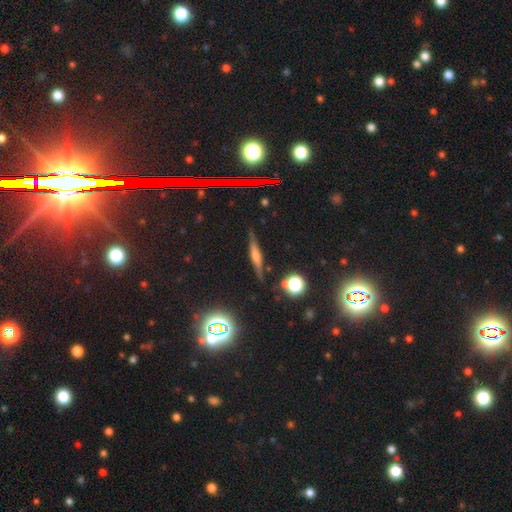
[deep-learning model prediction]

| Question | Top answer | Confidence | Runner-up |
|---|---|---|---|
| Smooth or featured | featured or disk | 53% | smooth (29%) |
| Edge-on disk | yes | 95% | no (5%) |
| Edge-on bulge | rounded | 54% | boxy (24%) |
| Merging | none | 85% | minor disturbance (10%) |